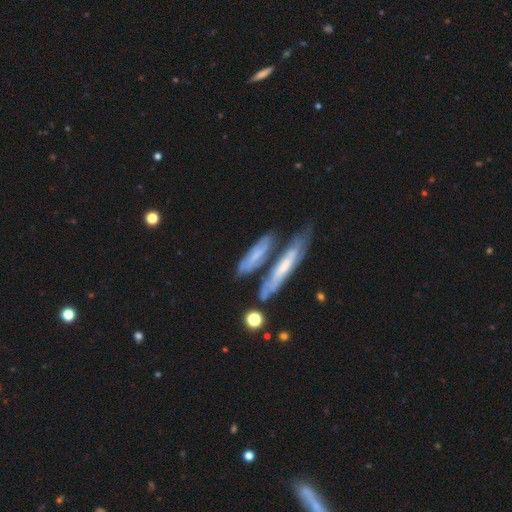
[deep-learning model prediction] The model was most divided on "edge-on disk": no: 57%, yes: 43%. More confident: smooth or featured — featured or disk (58%); merging — none (55%).